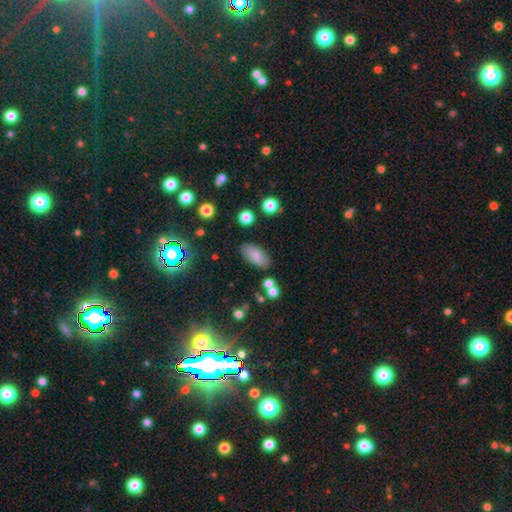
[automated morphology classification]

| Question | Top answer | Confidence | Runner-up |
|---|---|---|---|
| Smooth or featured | smooth | 81% | star or artifact (10%) |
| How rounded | in between | 89% | cigar-shaped (8%) |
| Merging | none | 79% | minor disturbance (13%) |